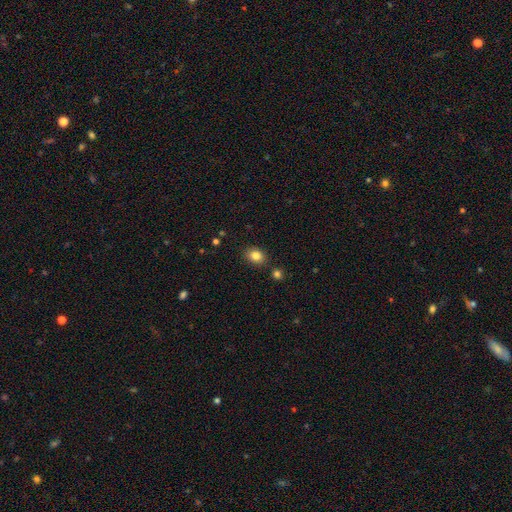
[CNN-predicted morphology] Smooth or featured?
  - smooth: 83% *
  - star or artifact: 10%
  - featured or disk: 6%
How rounded?
  - in between: 57% *
  - round: 42%
  - cigar-shaped: 1%
Merging?
  - none: 82% *
  - minor disturbance: 10%
  - merger: 5%
  - major disturbance: 3%